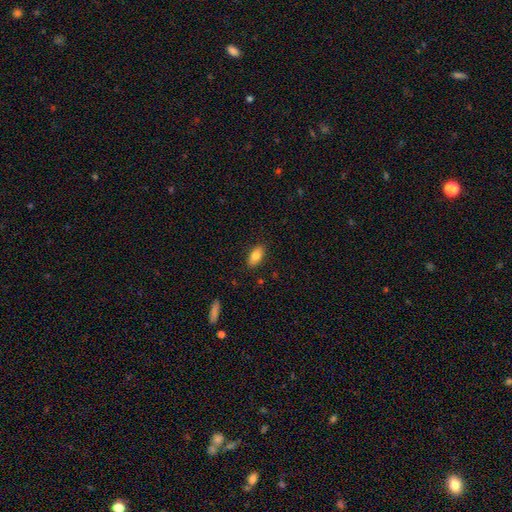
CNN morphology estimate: Smooth or featured?
  - smooth: 84% *
  - featured or disk: 9%
  - star or artifact: 8%
How rounded?
  - in between: 90% *
  - cigar-shaped: 6%
  - round: 4%
Merging?
  - none: 87% *
  - minor disturbance: 10%
  - major disturbance: 2%
  - merger: 1%